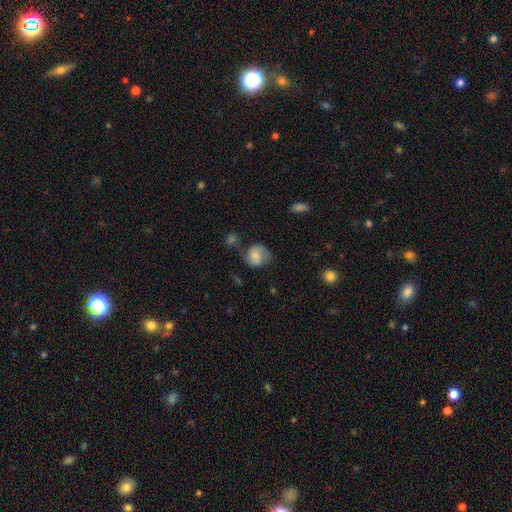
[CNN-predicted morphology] Overall: smooth (53%; featured or disk 39%). How rounded: round (71%). Merging: none (56%; minor disturbance 26%).